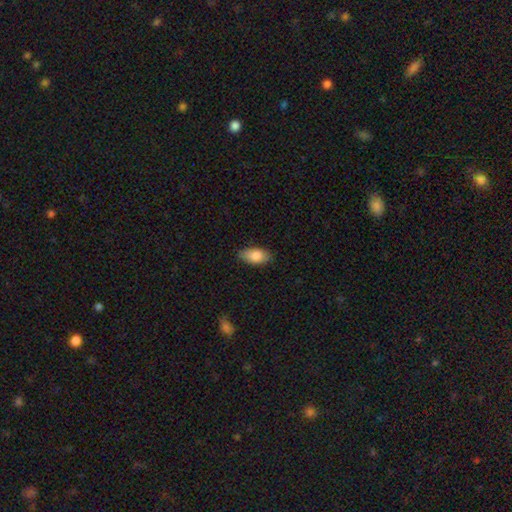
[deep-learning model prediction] Morphology: type=smooth (84%); roundness=in between (92%); merging=none (83%).